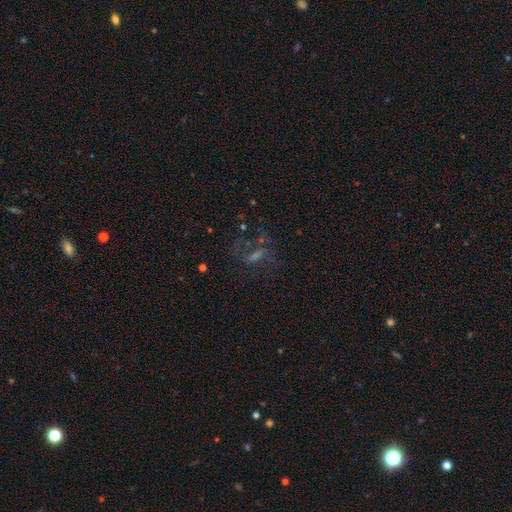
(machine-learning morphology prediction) Smooth or featured? featured or disk (40%)
Merging? none (53%)